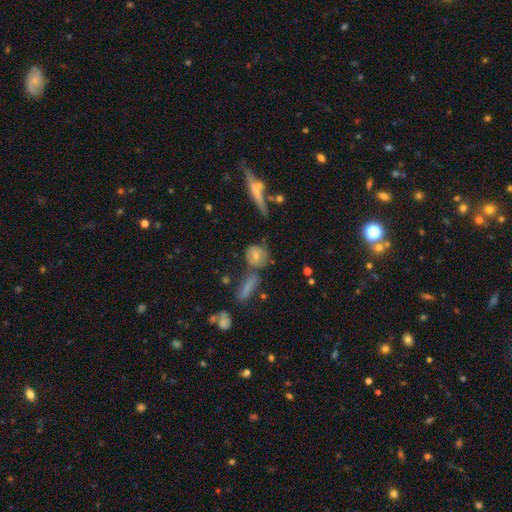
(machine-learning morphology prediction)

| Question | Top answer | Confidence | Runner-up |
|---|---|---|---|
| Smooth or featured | smooth | 48% | featured or disk (36%) |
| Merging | none | 62% | minor disturbance (17%) |